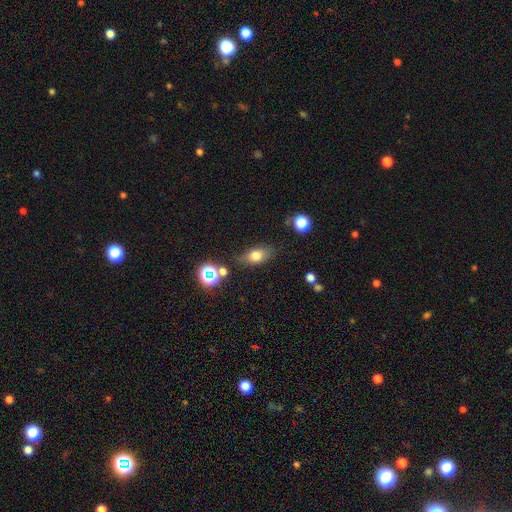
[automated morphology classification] smooth-or-featured: smooth: 72% | featured or disk: 16% | star or artifact: 12%
  how-rounded: in between: 77% | round: 15% | cigar-shaped: 8%
  merging: none: 75% | minor disturbance: 16% | major disturbance: 5% | merger: 5%